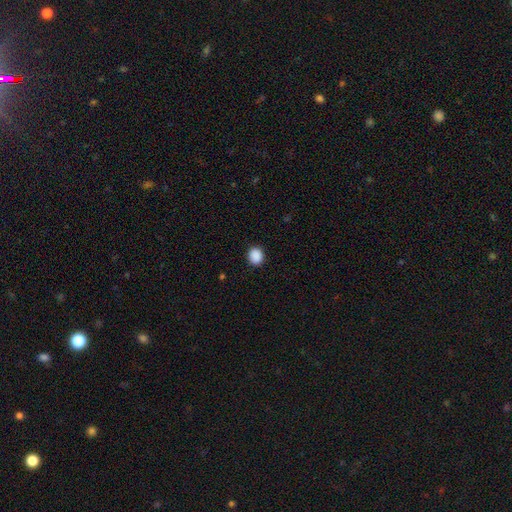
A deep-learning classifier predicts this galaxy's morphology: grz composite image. It shows a smooth galaxy with no disk features (90%) that is round (72%). Merging: none (91%).